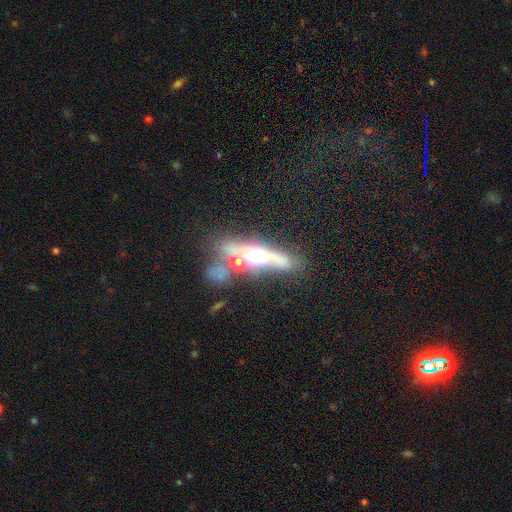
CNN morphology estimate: Smooth or featured? featured or disk (61%)
Edge-on disk? yes (75%)
Merging? none (50%)